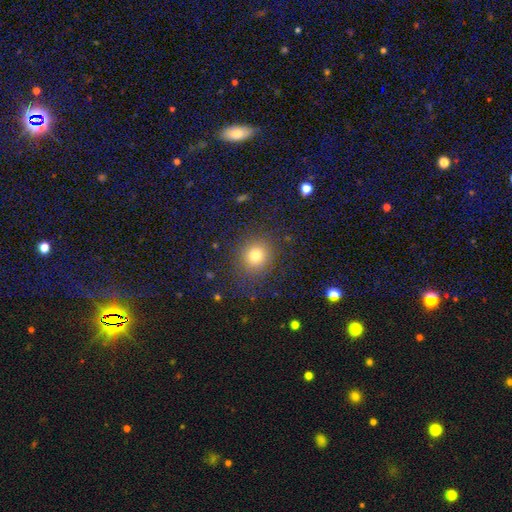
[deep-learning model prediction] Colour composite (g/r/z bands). It shows a smooth galaxy with no disk features (78%) that is round (84%). Merging: none (85%).